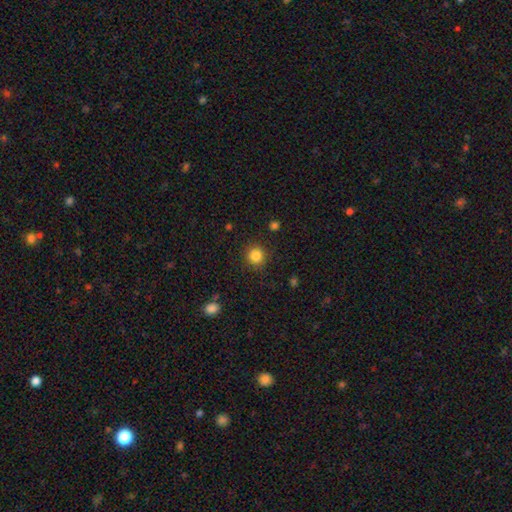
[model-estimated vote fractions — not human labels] A smooth galaxy with no disk features (83%) that is round (93%). Merging: none (90%).